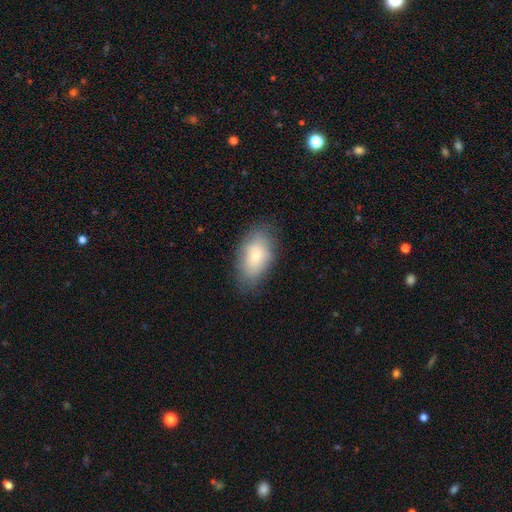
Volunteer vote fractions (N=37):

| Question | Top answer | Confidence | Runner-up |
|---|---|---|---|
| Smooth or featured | smooth | 73% | featured or disk (24%) |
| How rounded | in between | 89% | cigar-shaped (7%) |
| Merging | none | 78% | minor disturbance (19%) |